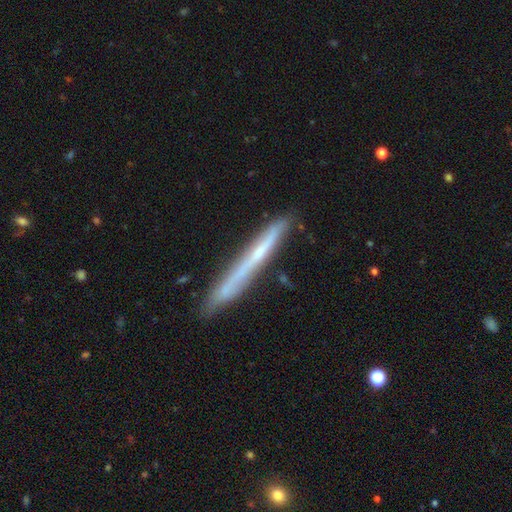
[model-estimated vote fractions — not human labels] Smooth or featured?
  - featured or disk: 56% *
  - smooth: 37%
  - star or artifact: 7%
Edge-on disk?
  - yes: 94% *
  - no: 6%
Edge-on bulge?
  - none: 75% *
  - rounded: 20%
  - boxy: 4%
Merging?
  - none: 79% *
  - minor disturbance: 15%
  - major disturbance: 3%
  - merger: 3%